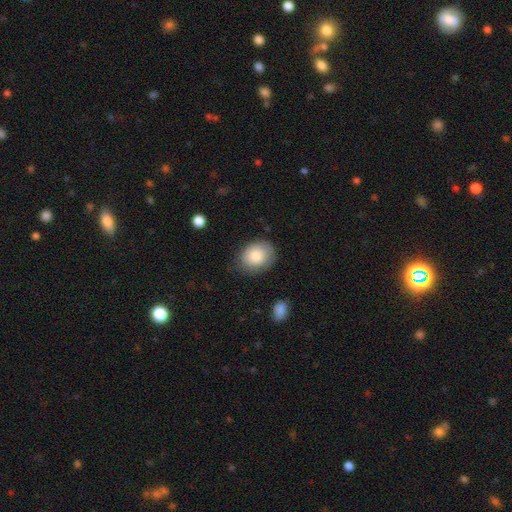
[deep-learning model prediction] smooth-or-featured: smooth: 84% | featured or disk: 9% | star or artifact: 7%
  how-rounded: in between: 61% | round: 39% | cigar-shaped: 1%
  merging: none: 76% | minor disturbance: 18% | major disturbance: 4% | merger: 2%